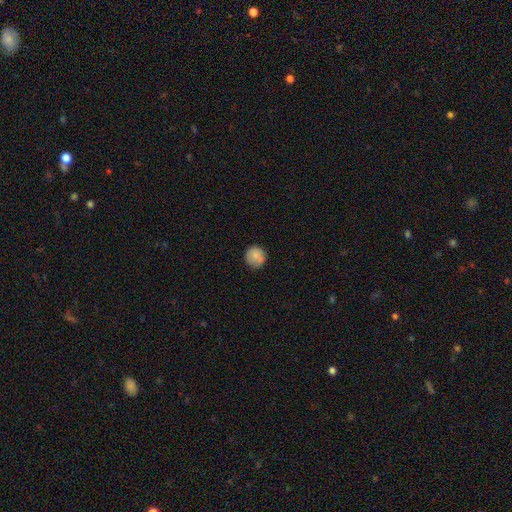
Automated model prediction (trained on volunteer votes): A smooth galaxy with no disk features (84%) that is round (93%).

Vote fractions:
- Smooth or featured? smooth: 84% / featured or disk: 9% / star or artifact: 8%
- How rounded? round: 93% / in between: 6% / cigar-shaped: 1%
- Merging? none: 84% / minor disturbance: 13% / major disturbance: 2% / merger: 1%